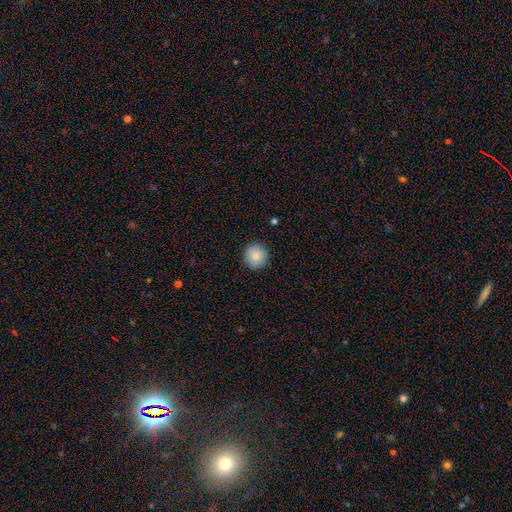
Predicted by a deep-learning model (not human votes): This is clearly a smooth galaxy (86%). How rounded: clearly round (94%). Merging: clearly none (90%).